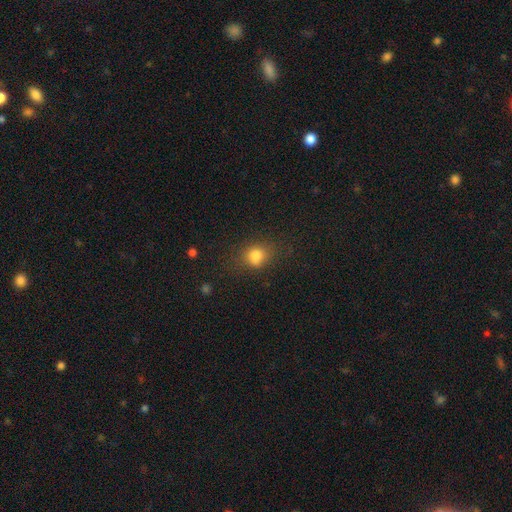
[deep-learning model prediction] Smooth or featured? smooth (79%)
How rounded? round (59%)
Merging? none (64%)